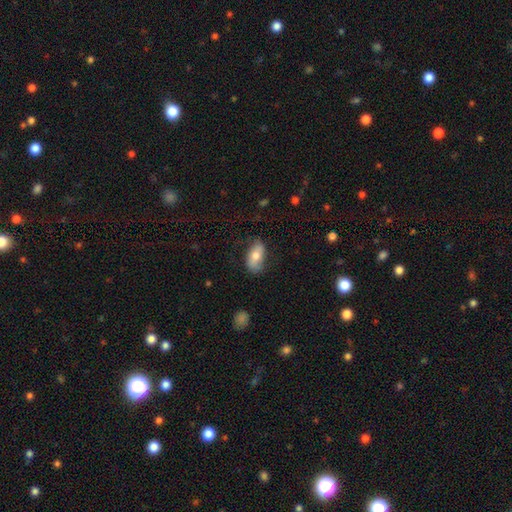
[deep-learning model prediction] Morphology: type=smooth (67%); roundness=in between (90%); merging=none (72%).